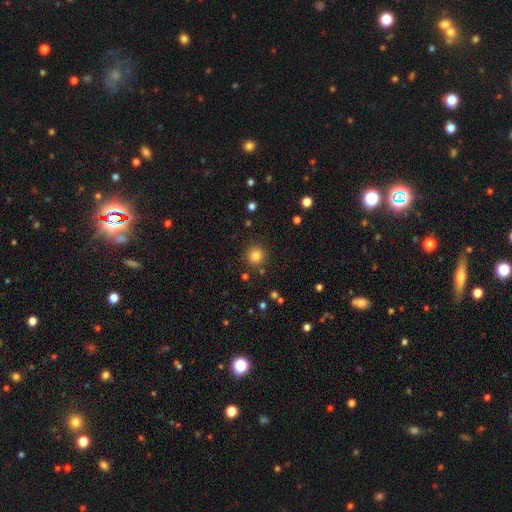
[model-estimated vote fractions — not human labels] The model was most divided on "smooth or featured": smooth: 82%, star or artifact: 13%, featured or disk: 5%. More confident: how rounded — round (94%); merging — none (88%).